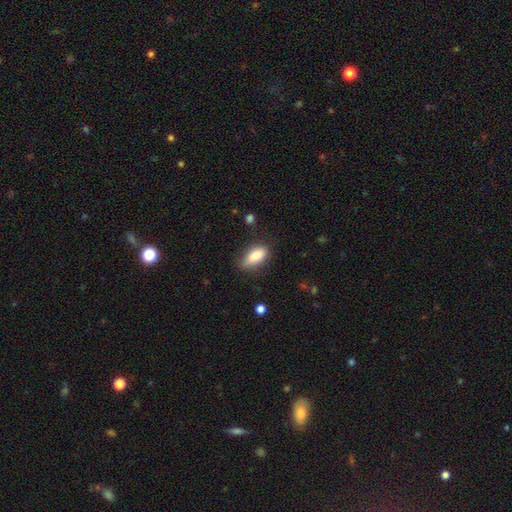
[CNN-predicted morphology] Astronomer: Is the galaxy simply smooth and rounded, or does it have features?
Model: smooth — 84%.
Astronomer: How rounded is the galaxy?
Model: in between — 85%.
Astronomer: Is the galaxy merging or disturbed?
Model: none — 68%.